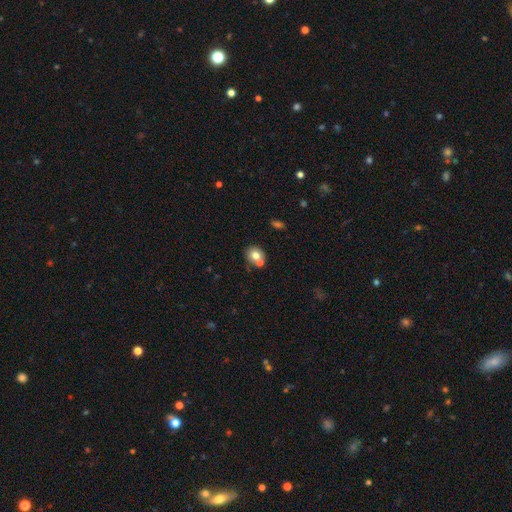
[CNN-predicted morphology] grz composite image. It shows a smooth galaxy with no disk features (73%) that is round (74%). Merging: none (59%).